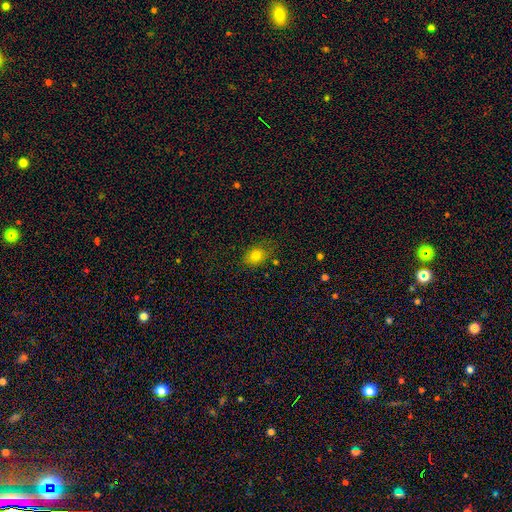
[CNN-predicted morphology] The model was most divided on "how rounded": in between: 64%, round: 35%, cigar-shaped: 1%. More confident: smooth or featured — smooth (78%); merging — none (74%).